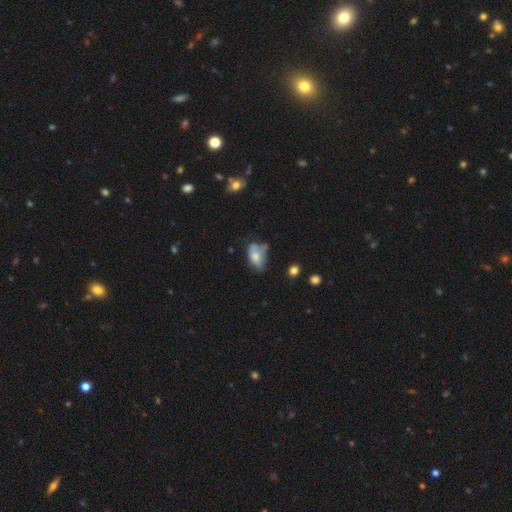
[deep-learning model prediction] The model was most divided on "merging" (2-way tie): minor disturbance: 31%, none: 31%, merger: 19%, major disturbance: 18%. More confident: how rounded — in between (87%); smooth or featured — smooth (64%).